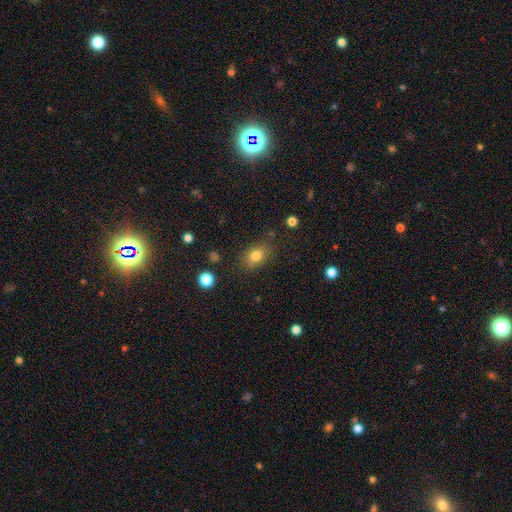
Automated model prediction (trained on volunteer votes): Overall: smooth (79%). How rounded: in between (68%; round 30%). Merging: none (80%).